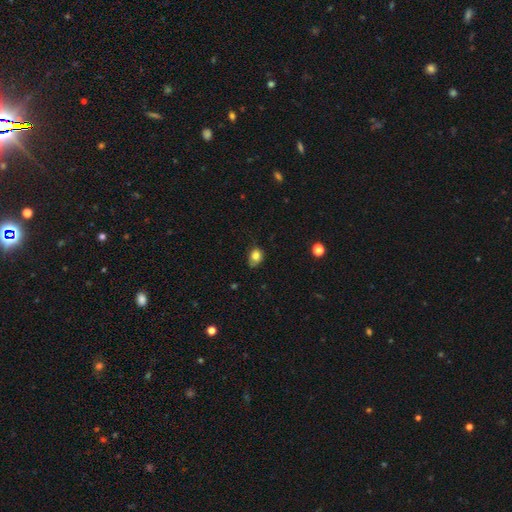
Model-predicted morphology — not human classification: A smooth galaxy with no disk features (81%) that is in between round and cigar-shaped (58%). Merging: none (54%).